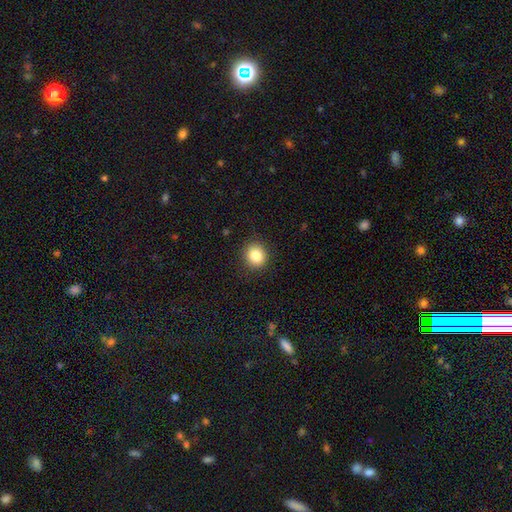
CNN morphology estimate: Smooth or featured?
  - smooth: 85% *
  - star or artifact: 10%
  - featured or disk: 5%
How rounded?
  - round: 84% *
  - in between: 15%
  - cigar-shaped: 1%
Merging?
  - none: 90% *
  - minor disturbance: 7%
  - major disturbance: 2%
  - merger: 1%